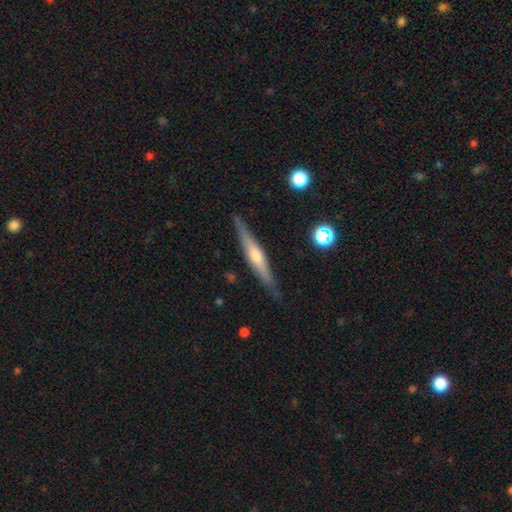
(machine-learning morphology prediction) Overall: featured or disk (67%). Edge-on disk: yes (96%). Edge-on bulge: rounded (81%). Merging: none (88%).